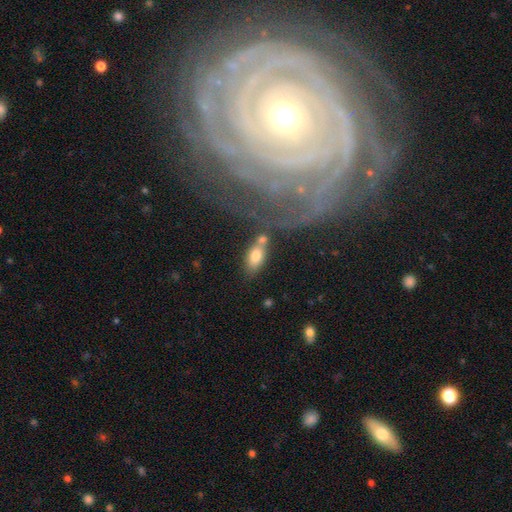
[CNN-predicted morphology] Smooth or featured: smooth — 76% (featured or disk — 16%)
How rounded: in between — 88% (cigar-shaped — 7%)
Merging: none — 54% (merger — 24%)